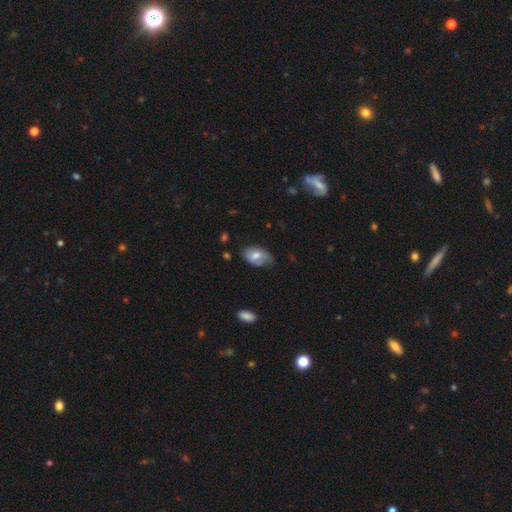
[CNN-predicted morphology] A smooth galaxy with no disk features (61%) that is in between round and cigar-shaped (90%).

Vote fractions:
- Smooth or featured? smooth: 61% / featured or disk: 31% / star or artifact: 7%
- How rounded? in between: 90% / round: 8% / cigar-shaped: 2%
- Merging? none: 54% / minor disturbance: 33% / major disturbance: 9% / merger: 4%